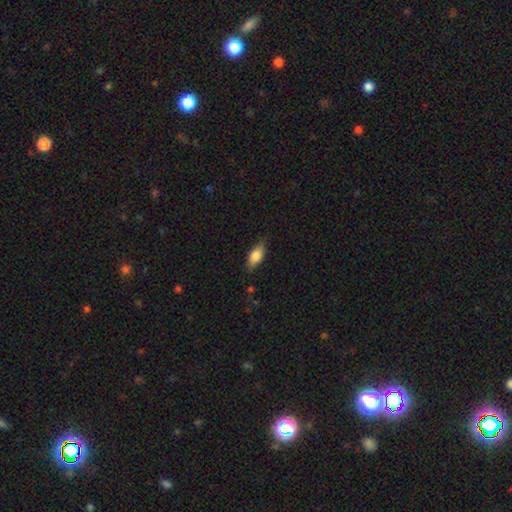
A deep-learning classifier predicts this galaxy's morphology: Smooth or featured? Predicted: smooth (p=0.81). How rounded? Predicted: in between (p=0.85). Merging? Predicted: none (p=0.78).